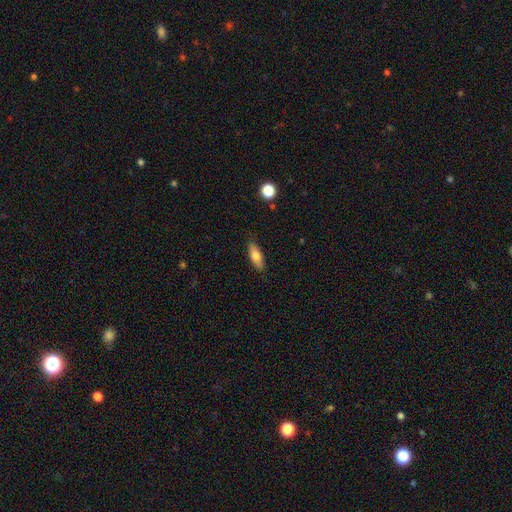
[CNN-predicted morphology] type=smooth (74%); roundness=in between (64%); merging=none (85%).